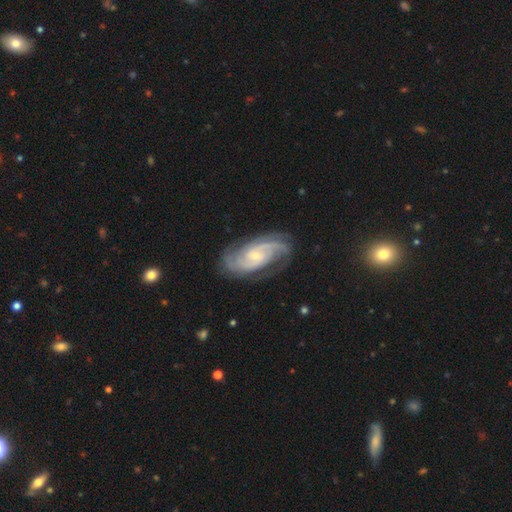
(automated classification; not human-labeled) Q: Smooth or featured?
A: featured or disk (91%); runner-up: smooth (5%)
Q: Edge-on disk?
A: no (97%); runner-up: yes (3%)
Q: Bar?
A: no (51%); runner-up: weak (39%)
Q: Spiral arms?
A: yes (98%); runner-up: no (2%)
Q: Spiral winding?
A: tight (49%); runner-up: medium (43%)
Q: Spiral arm count?
A: 2 (54%); runner-up: 3 (20%)
Q: Bulge size?
A: small (69%); runner-up: moderate (27%)
Q: Merging?
A: none (77%); runner-up: minor disturbance (16%)